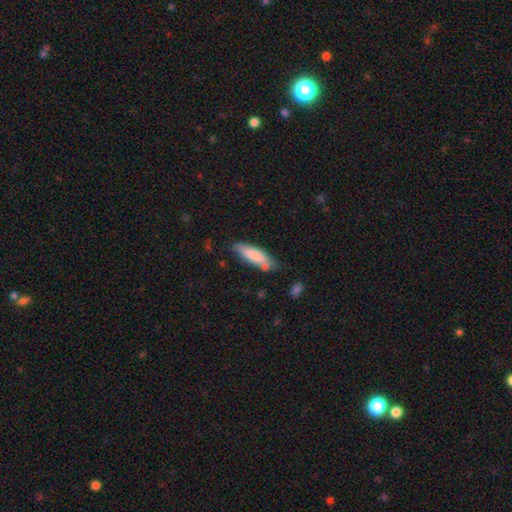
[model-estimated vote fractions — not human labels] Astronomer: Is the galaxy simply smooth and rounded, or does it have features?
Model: smooth — 79%.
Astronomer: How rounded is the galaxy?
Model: cigar-shaped — 55% (runner-up: in between, 43%).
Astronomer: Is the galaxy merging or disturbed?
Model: none — 67%.